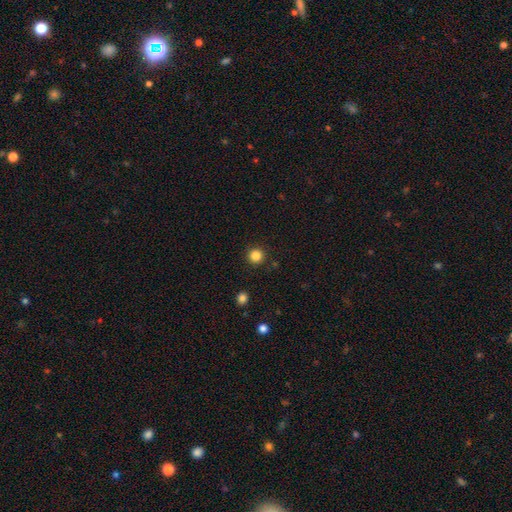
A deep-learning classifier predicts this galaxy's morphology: Smooth or featured? smooth (85%)
How rounded? round (95%)
Merging? none (91%)